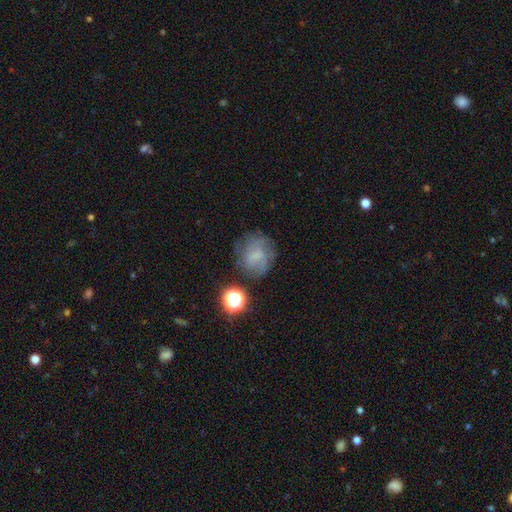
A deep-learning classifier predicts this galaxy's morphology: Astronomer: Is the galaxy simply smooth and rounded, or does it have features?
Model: smooth — 47% (runner-up: featured or disk, 37%).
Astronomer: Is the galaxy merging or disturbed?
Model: none — 64%.